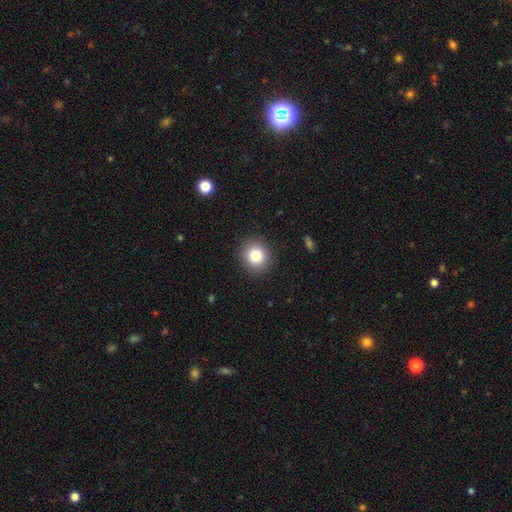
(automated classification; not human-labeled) Smooth or featured?
  - smooth: 82% *
  - star or artifact: 11%
  - featured or disk: 8%
How rounded?
  - round: 85% *
  - in between: 14%
  - cigar-shaped: 1%
Merging?
  - none: 90% *
  - minor disturbance: 7%
  - major disturbance: 2%
  - merger: 1%